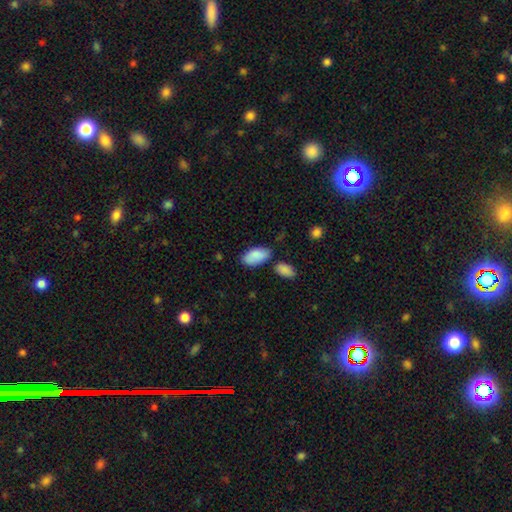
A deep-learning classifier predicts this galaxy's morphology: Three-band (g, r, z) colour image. It shows a smooth galaxy with no disk features (86%) that is in between round and cigar-shaped (95%). Merging: none (69%).